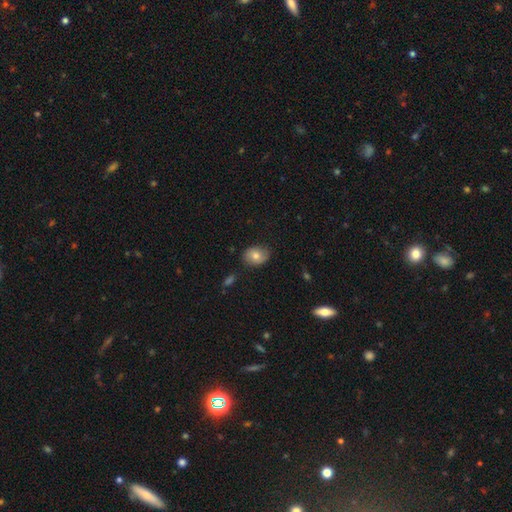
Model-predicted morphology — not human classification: Smooth or featured? Predicted: smooth (p=0.72). How rounded? Predicted: in between (p=0.66). Merging? Predicted: none (p=0.78).